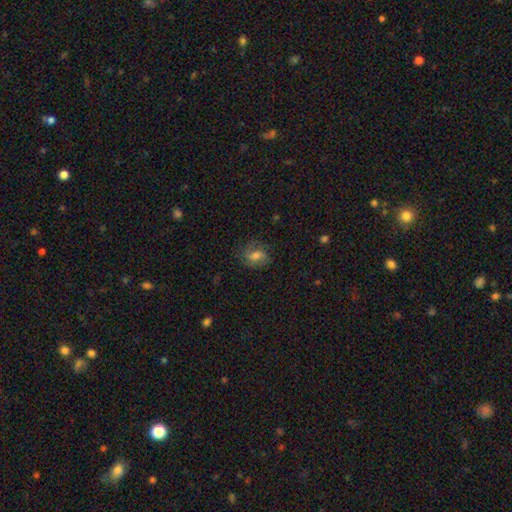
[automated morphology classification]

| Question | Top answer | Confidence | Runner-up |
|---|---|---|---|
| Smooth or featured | smooth | 56% | featured or disk (31%) |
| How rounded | in between | 58% | round (39%) |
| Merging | none | 70% | minor disturbance (20%) |